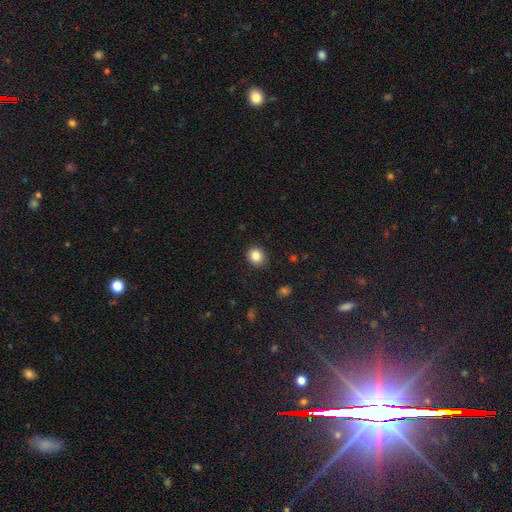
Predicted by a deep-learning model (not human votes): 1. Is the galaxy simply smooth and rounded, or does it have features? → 86% smooth, 10% star or artifact, 4% featured or disk.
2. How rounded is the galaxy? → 76% round, 23% in between, 1% cigar-shaped.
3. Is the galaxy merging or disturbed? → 90% none, 7% minor disturbance, 2% major disturbance, 1% merger.